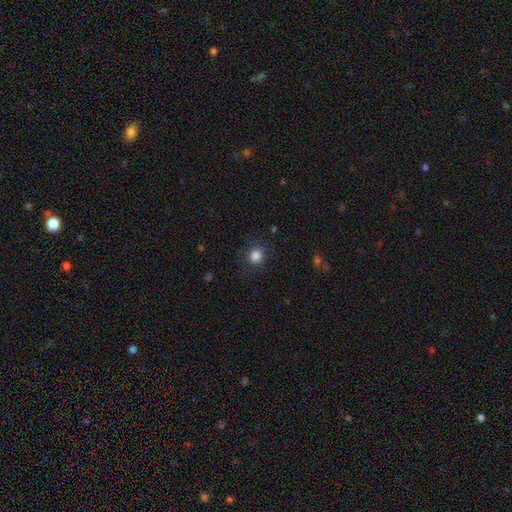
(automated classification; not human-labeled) Smooth or featured? Predicted: smooth (p=0.84). How rounded? Predicted: round (p=0.82). Merging? Predicted: none (p=0.84).